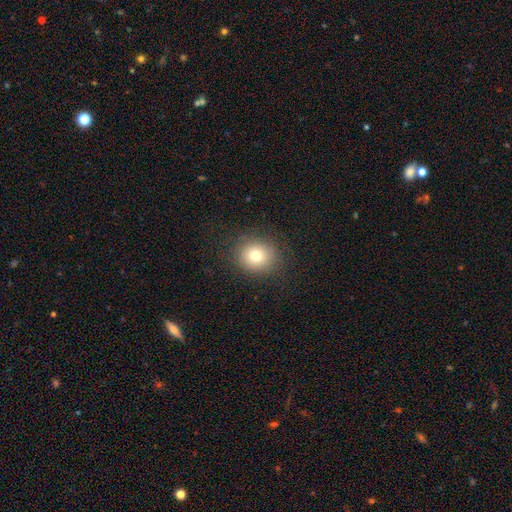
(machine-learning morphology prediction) This is likely a smooth galaxy (75%). How rounded: clearly round (84%). Merging: clearly none (87%).